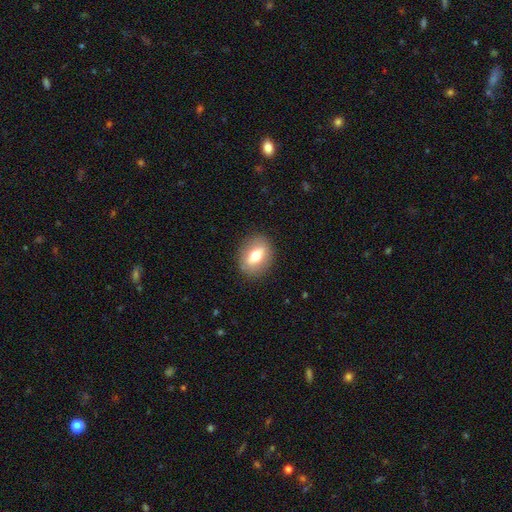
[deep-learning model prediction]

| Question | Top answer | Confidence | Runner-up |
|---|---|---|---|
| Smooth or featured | smooth | 63% | featured or disk (29%) |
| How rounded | in between | 69% | round (28%) |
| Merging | none | 86% | minor disturbance (9%) |